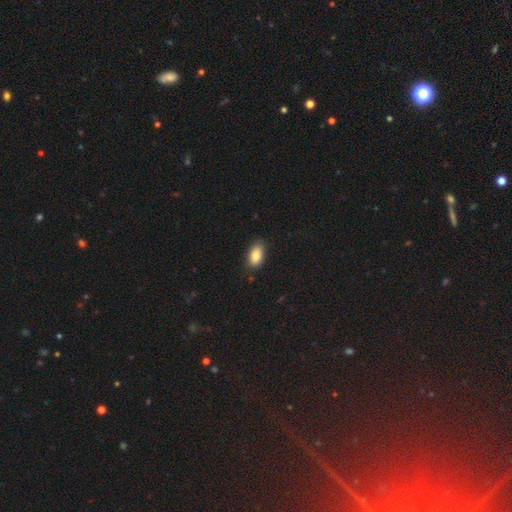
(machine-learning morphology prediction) This appears to be a smooth galaxy with no disk features (84%) that is in between round and cigar-shaped (91%). Merging: none (84%).